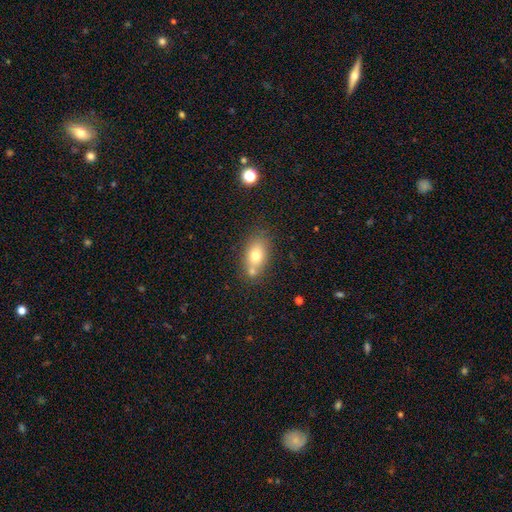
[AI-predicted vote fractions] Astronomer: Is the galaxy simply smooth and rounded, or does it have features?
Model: smooth — 71%.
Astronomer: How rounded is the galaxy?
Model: in between — 80%.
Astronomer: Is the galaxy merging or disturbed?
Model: none — 58%.